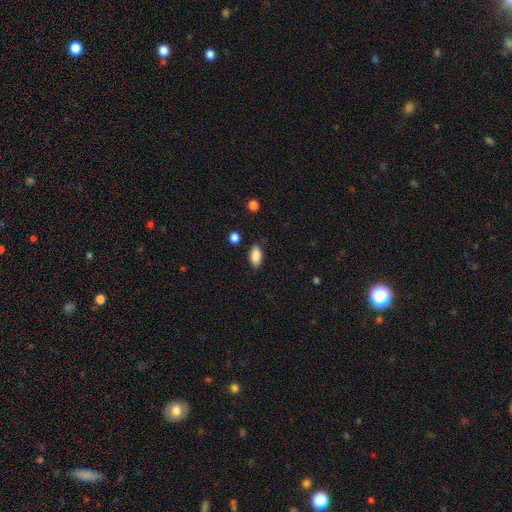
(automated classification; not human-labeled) The model was most divided on "merging": none: 83%, minor disturbance: 12%, major disturbance: 3%, merger: 2%. More confident: how rounded — in between (90%); smooth or featured — smooth (88%).